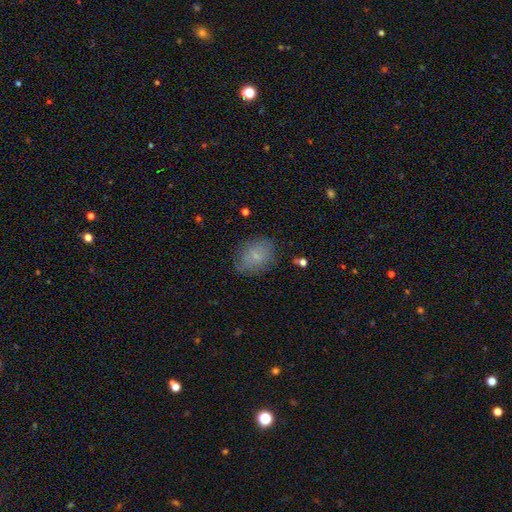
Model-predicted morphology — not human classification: Smooth or featured: smooth — 70% (featured or disk — 20%)
How rounded: in between — 66% (round — 32%)
Merging: none — 71% (minor disturbance — 21%)